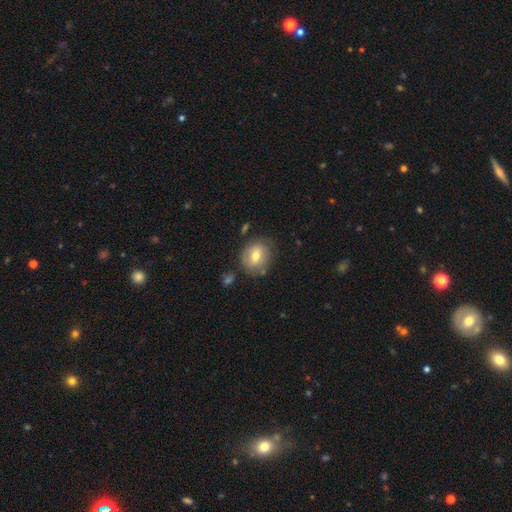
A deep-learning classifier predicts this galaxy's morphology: Q: Smooth or featured?
A: smooth (66%); runner-up: featured or disk (25%)
Q: How rounded?
A: round (67%); runner-up: in between (32%)
Q: Merging?
A: none (72%); runner-up: minor disturbance (19%)